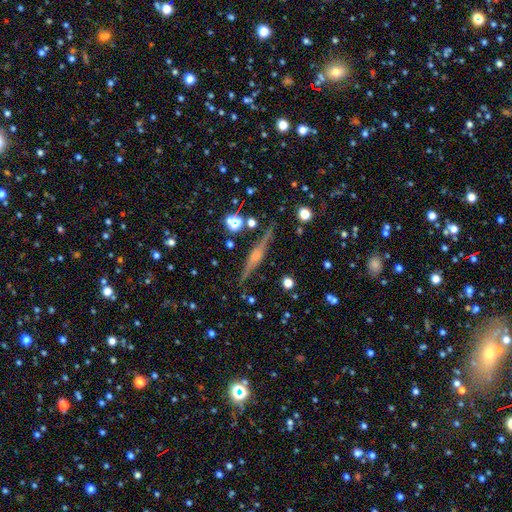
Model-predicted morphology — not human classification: Smooth or featured: featured or disk — 77% (smooth — 14%)
Edge-on disk: yes — 97% (no — 3%)
Edge-on bulge: rounded — 77% (boxy — 12%)
Merging: none — 88% (minor disturbance — 8%)